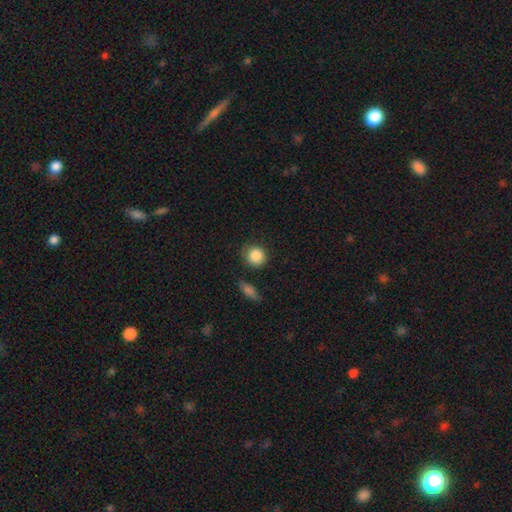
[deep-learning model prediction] This appears to be a smooth galaxy with no disk features (87%) that is round (87%). Merging: none (79%).